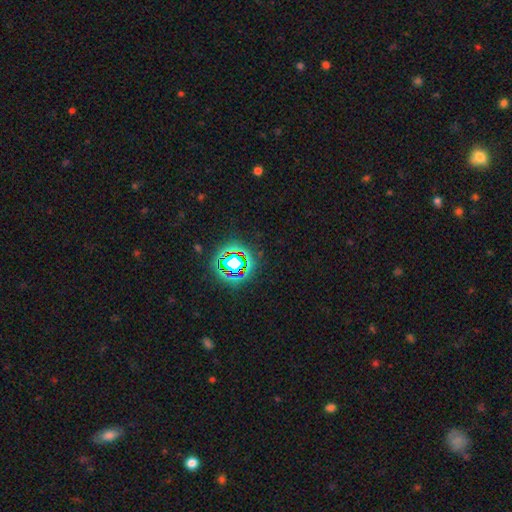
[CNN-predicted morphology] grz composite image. It shows a star or artifact, not a galaxy (73%).